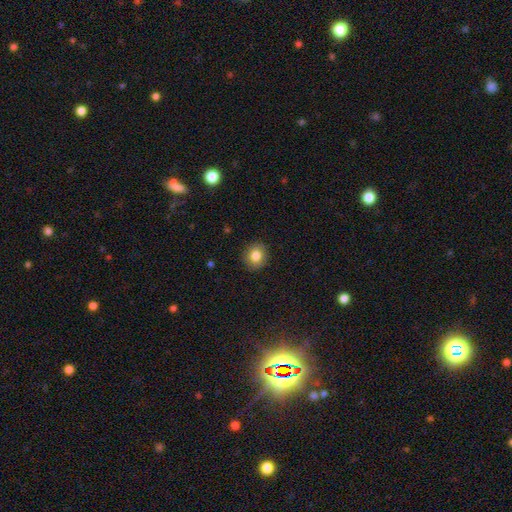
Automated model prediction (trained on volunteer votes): Smooth or featured?
  - smooth: 83% *
  - star or artifact: 10%
  - featured or disk: 7%
How rounded?
  - round: 80% *
  - in between: 19%
  - cigar-shaped: 1%
Merging?
  - none: 90% *
  - minor disturbance: 7%
  - major disturbance: 2%
  - merger: 1%